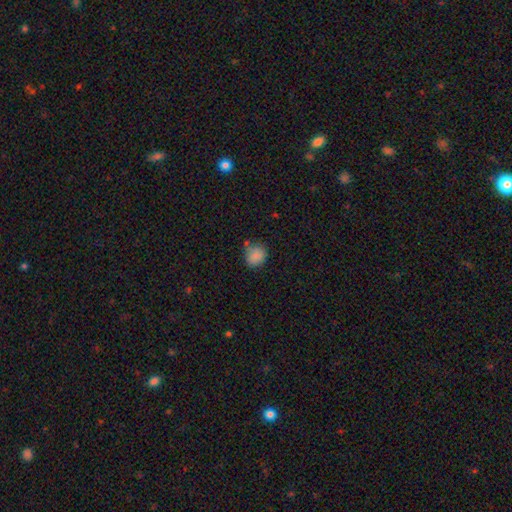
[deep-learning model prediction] smooth_or_featured: smooth (p=0.85) [alt: star or artifact p=0.10]
how_rounded: round (p=0.74) [alt: in between p=0.25]
merging: none (p=0.67) [alt: minor disturbance p=0.20]